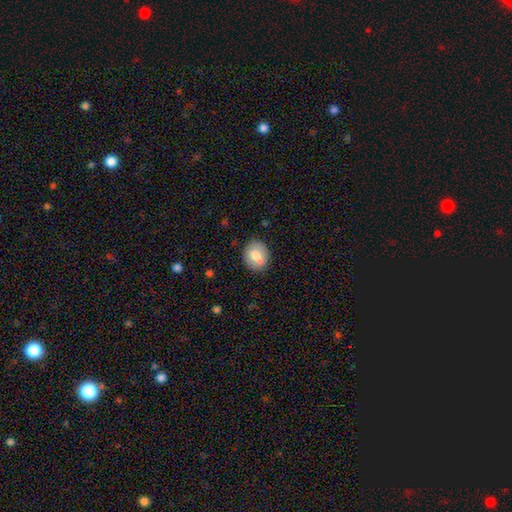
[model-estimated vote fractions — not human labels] A smooth galaxy with no disk features (72%) that is round (60%).

Vote fractions:
- Smooth or featured? smooth: 72% / featured or disk: 21% / star or artifact: 7%
- How rounded? round: 60% / in between: 39% / cigar-shaped: 1%
- Merging? none: 83% / minor disturbance: 12% / major disturbance: 3% / merger: 1%